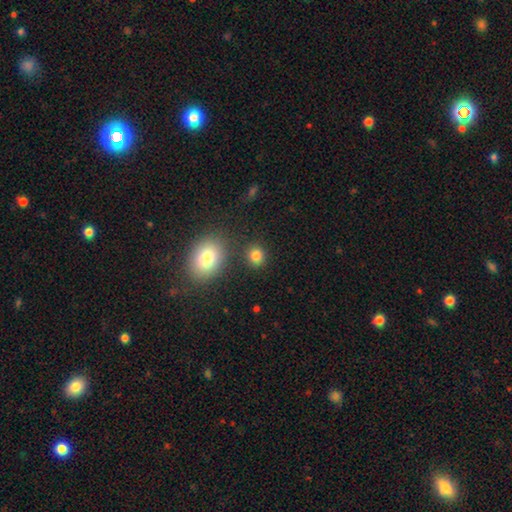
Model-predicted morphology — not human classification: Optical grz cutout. It shows a smooth galaxy with no disk features (83%) that is round (77%). Merging: none (81%).